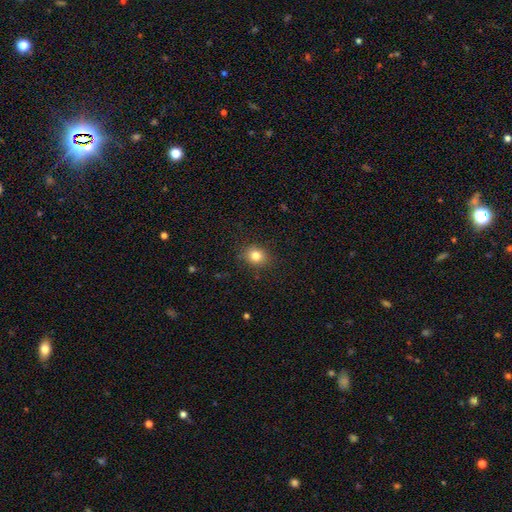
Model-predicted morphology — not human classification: smooth 82%, star or artifact 12%, featured or disk 7%. Down the decision tree: how rounded — round (68%); merging — none (87%).